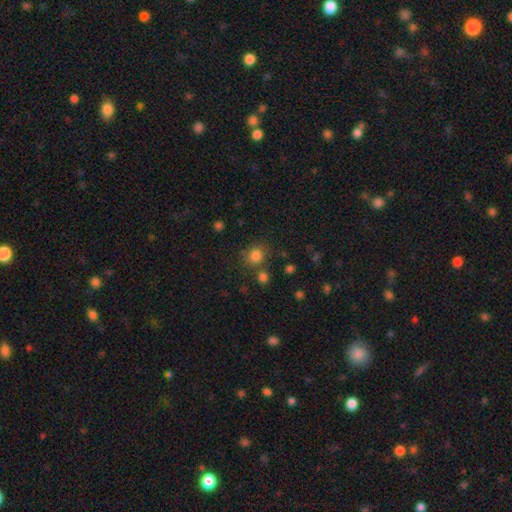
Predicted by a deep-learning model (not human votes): This is clearly a smooth galaxy (81%). How rounded: likely round (76%). Merging: likely none (72%).